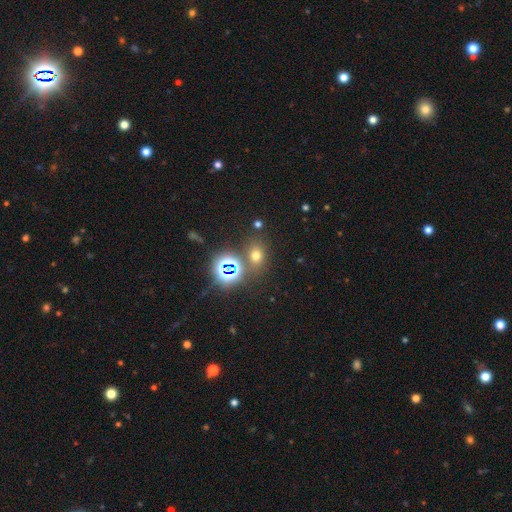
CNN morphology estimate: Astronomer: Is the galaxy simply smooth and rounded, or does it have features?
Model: smooth — 57% (runner-up: star or artifact, 34%).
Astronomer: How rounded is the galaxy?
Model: in between — 52% (runner-up: round, 47%).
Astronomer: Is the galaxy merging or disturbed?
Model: none — 75%.